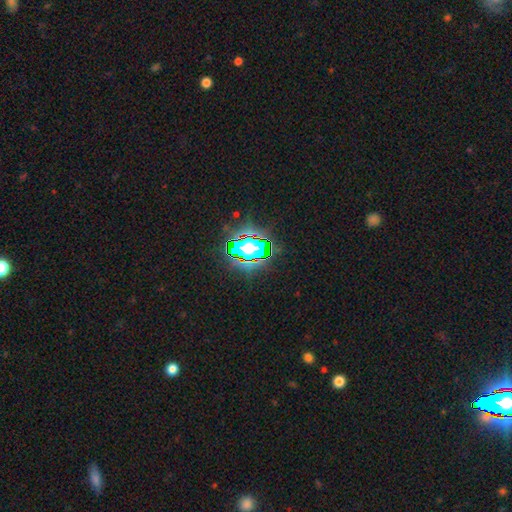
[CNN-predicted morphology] smooth_or_featured: star or artifact (p=0.79) [alt: smooth p=0.13]